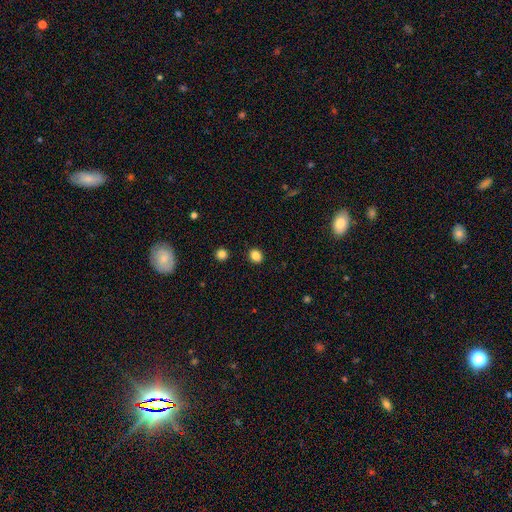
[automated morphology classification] smooth 86%, star or artifact 11%, featured or disk 4%. Down the decision tree: how rounded — round (54%); merging — none (90%).